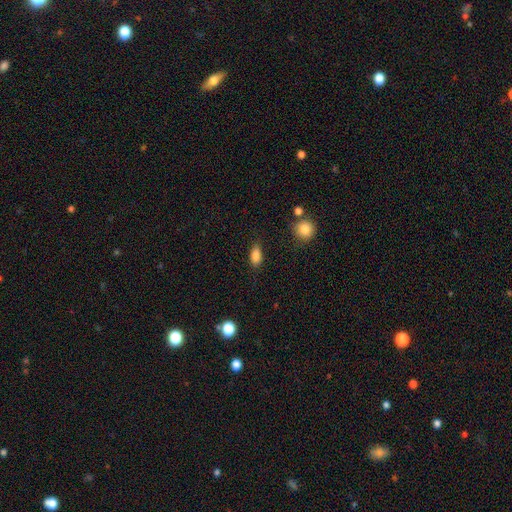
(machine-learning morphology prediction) This appears to be a smooth galaxy with no disk features (85%) that is in between round and cigar-shaped (86%). Merging: none (83%).